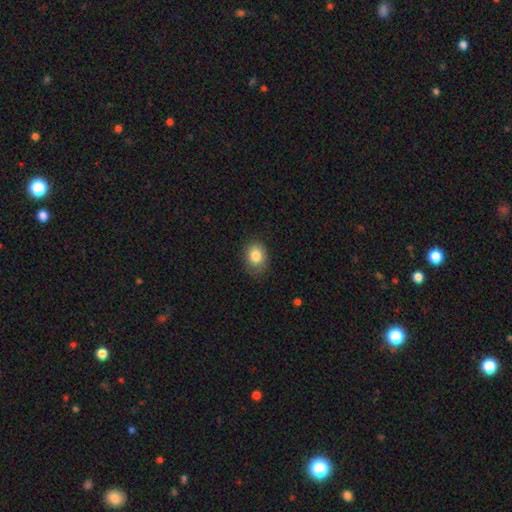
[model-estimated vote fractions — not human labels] A smooth galaxy with no disk features (84%) that is in between round and cigar-shaped (53%).

Vote fractions:
- Smooth or featured? smooth: 84% / star or artifact: 9% / featured or disk: 7%
- How rounded? in between: 53% / round: 46% / cigar-shaped: 1%
- Merging? none: 80% / minor disturbance: 15% / major disturbance: 3% / merger: 1%